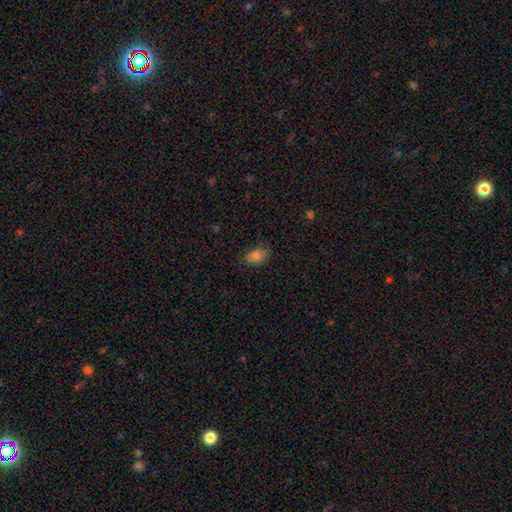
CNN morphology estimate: smooth-or-featured: smooth: 84% | star or artifact: 10% | featured or disk: 6%
  how-rounded: in between: 89% | round: 8% | cigar-shaped: 3%
  merging: none: 78% | minor disturbance: 17% | major disturbance: 3% | merger: 1%